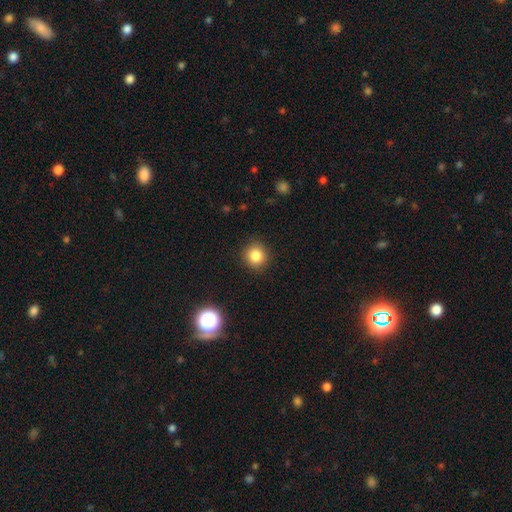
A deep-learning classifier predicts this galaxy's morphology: A smooth galaxy with no disk features (82%) that is round (90%).

Vote fractions:
- Smooth or featured? smooth: 82% / star or artifact: 12% / featured or disk: 6%
- How rounded? round: 90% / in between: 9% / cigar-shaped: 1%
- Merging? none: 90% / minor disturbance: 7% / major disturbance: 2% / merger: 1%